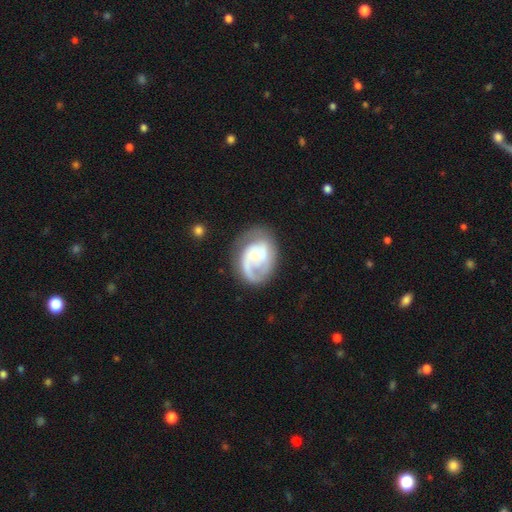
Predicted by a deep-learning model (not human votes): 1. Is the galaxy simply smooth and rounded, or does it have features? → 70% featured or disk, 24% smooth, 6% star or artifact.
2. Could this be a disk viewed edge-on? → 98% no, 2% yes.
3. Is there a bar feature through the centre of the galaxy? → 69% no, 25% weak, 6% strong.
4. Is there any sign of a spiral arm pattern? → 87% yes, 13% no.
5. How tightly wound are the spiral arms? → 39% medium, 34% tight, 27% loose.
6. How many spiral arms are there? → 54% 1, 31% 2, 10% can't tell, 3% 3, 1% 4, 1% more than 4.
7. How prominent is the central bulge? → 40% small, 24% none, 21% moderate, 12% large, 4% dominant.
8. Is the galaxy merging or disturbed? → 52% none, 23% major disturbance, 22% minor disturbance, 3% merger.